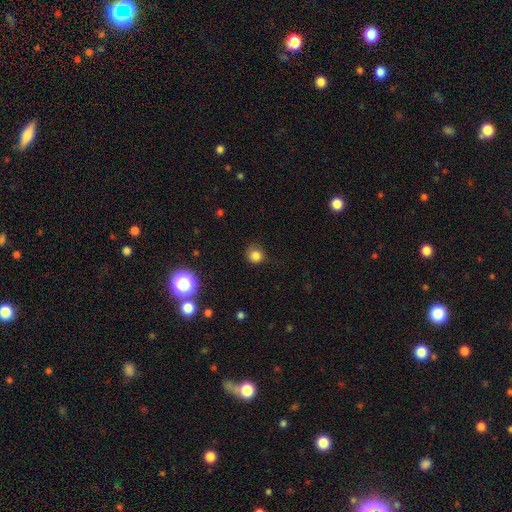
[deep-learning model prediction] The model was most divided on "merging": none: 73%, minor disturbance: 20%, major disturbance: 6%, merger: 2%. More confident: how rounded — round (88%); smooth or featured — smooth (81%).